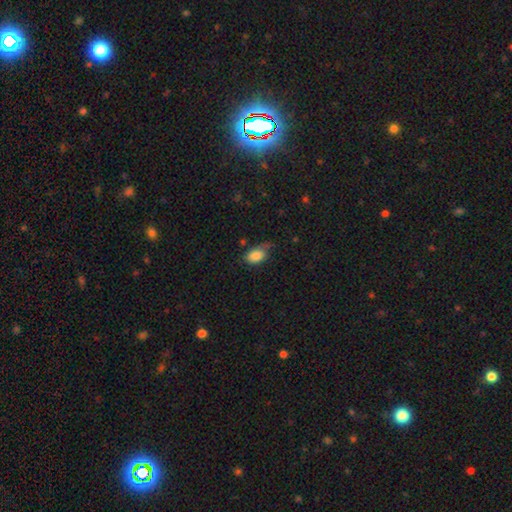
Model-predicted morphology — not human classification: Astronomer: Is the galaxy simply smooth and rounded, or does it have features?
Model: smooth — 82%.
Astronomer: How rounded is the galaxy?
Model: in between — 89%.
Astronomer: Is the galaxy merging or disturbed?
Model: none — 47% (runner-up: minor disturbance, 36%).